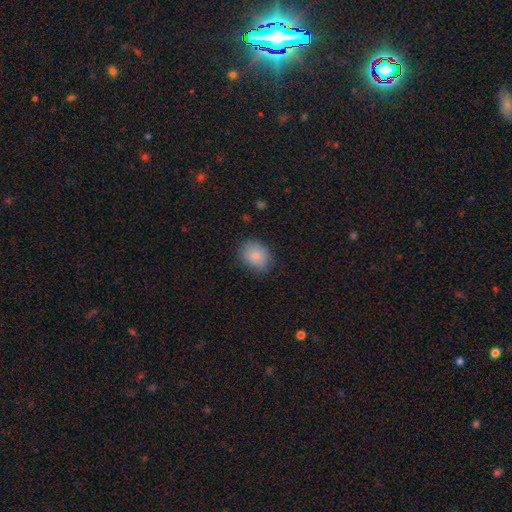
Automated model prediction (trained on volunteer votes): Morphology: type=smooth (84%); roundness=in between (55%); merging=none (82%).